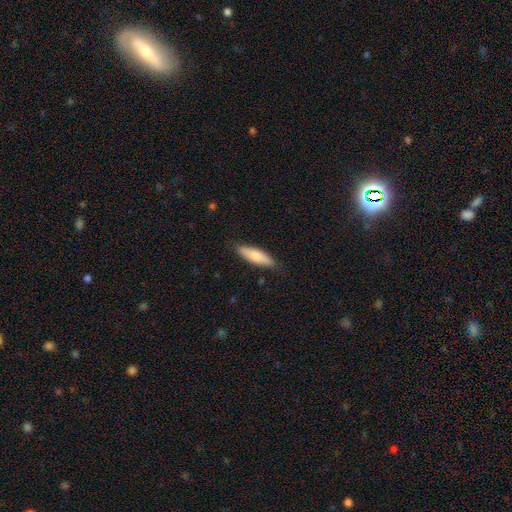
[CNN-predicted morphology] Q: Smooth or featured?
A: smooth (75%); runner-up: featured or disk (19%)
Q: How rounded?
A: cigar-shaped (54%); runner-up: in between (44%)
Q: Merging?
A: none (85%); runner-up: minor disturbance (12%)